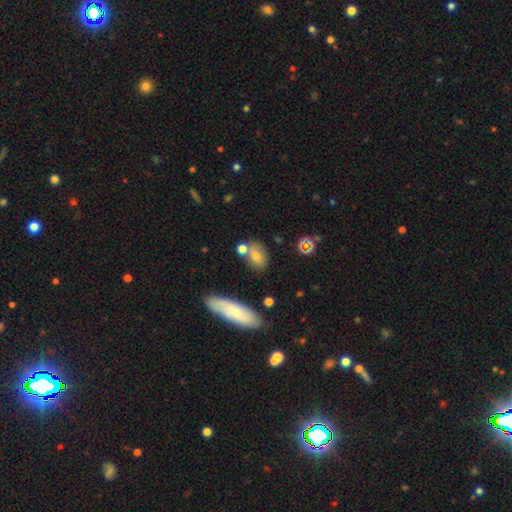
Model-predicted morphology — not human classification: Smooth or featured? Predicted: smooth (p=0.69). How rounded? Predicted: in between (p=0.65). Merging? Predicted: none (p=0.62).